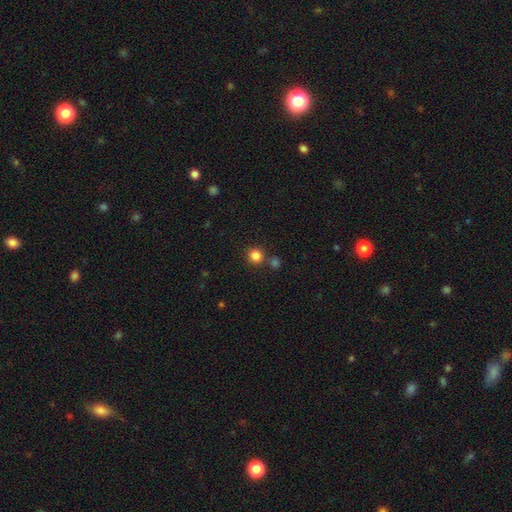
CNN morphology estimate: This is clearly a smooth galaxy (84%). How rounded: clearly round (92%). Merging: likely none (78%).